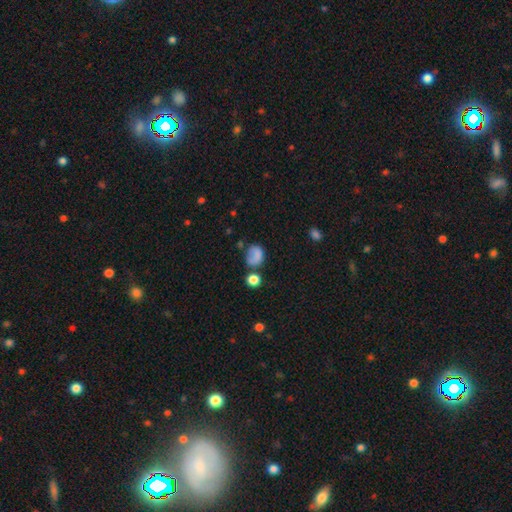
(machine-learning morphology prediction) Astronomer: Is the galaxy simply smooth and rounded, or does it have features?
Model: smooth — 76%.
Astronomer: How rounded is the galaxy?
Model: in between — 53% (runner-up: round, 45%).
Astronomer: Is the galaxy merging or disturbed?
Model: none — 43% (runner-up: minor disturbance, 26%).